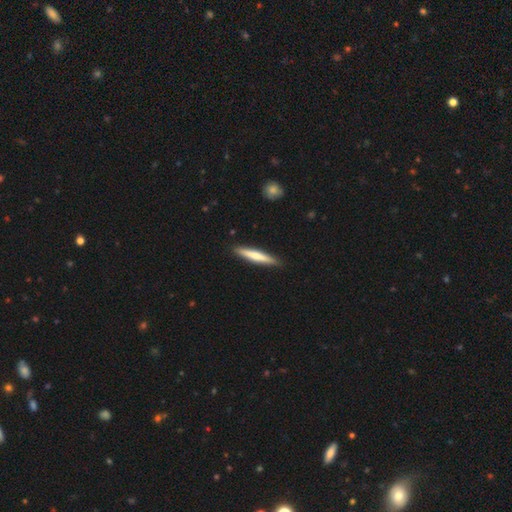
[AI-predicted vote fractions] A smooth galaxy with no disk features (60%) that is cigar-shaped (93%).

Vote fractions:
- Smooth or featured? smooth: 60% / featured or disk: 35% / star or artifact: 5%
- How rounded? cigar-shaped: 93% / in between: 5% / round: 1%
- Merging? none: 90% / minor disturbance: 7% / major disturbance: 1% / merger: 1%